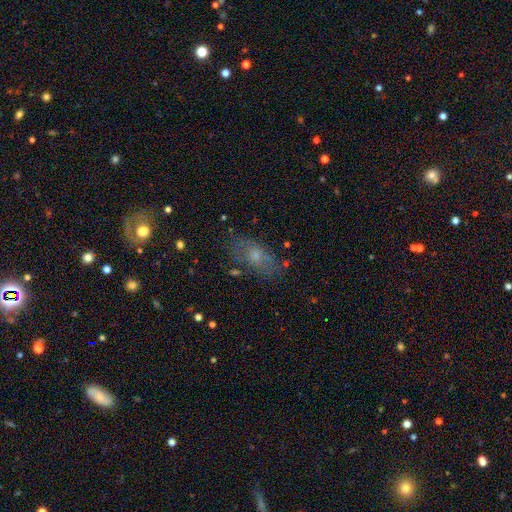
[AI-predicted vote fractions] Q: Smooth or featured?
A: smooth (55%); runner-up: featured or disk (34%)
Q: How rounded?
A: in between (86%); runner-up: cigar-shaped (7%)
Q: Merging?
A: none (66%); runner-up: minor disturbance (20%)